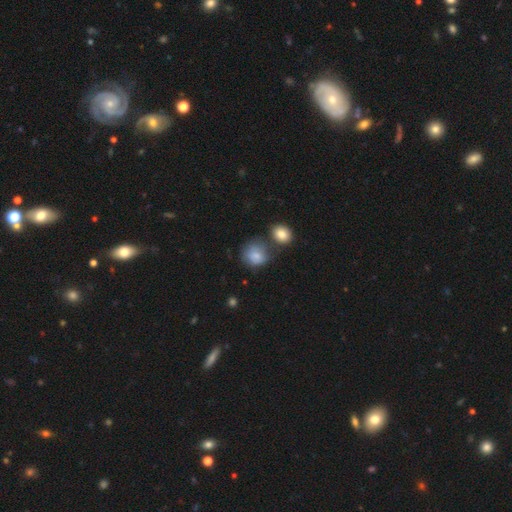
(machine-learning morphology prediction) smooth 77%, featured or disk 14%, star or artifact 9%. Down the decision tree: how rounded — round (79%); merging — none (54%).